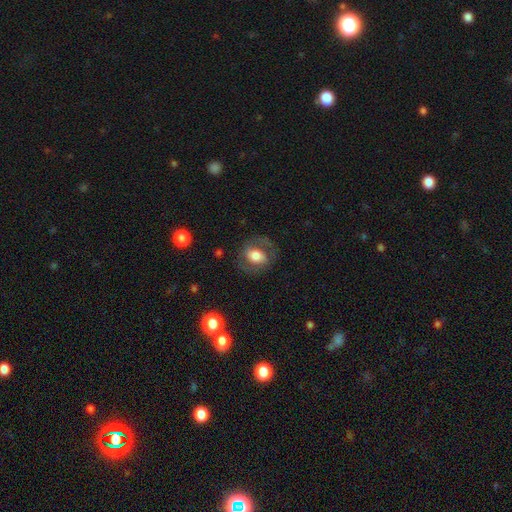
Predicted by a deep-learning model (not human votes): featured or disk 46% (tied), smooth 46% (tied), star or artifact 8%. Down the decision tree: merging — none (71%).